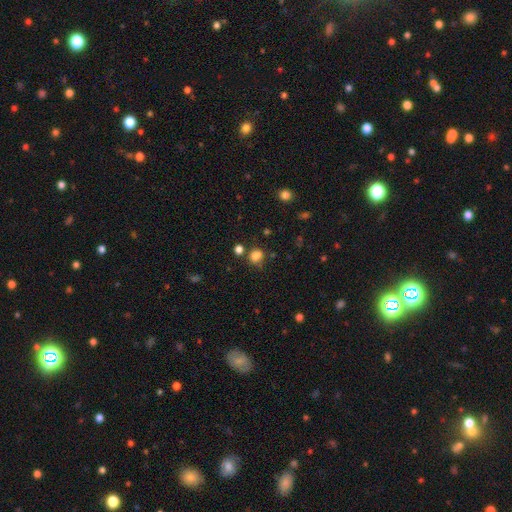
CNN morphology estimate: The model was most divided on "how rounded": round: 66%, in between: 33%, cigar-shaped: 1%. More confident: smooth or featured — smooth (81%); merging — none (68%).